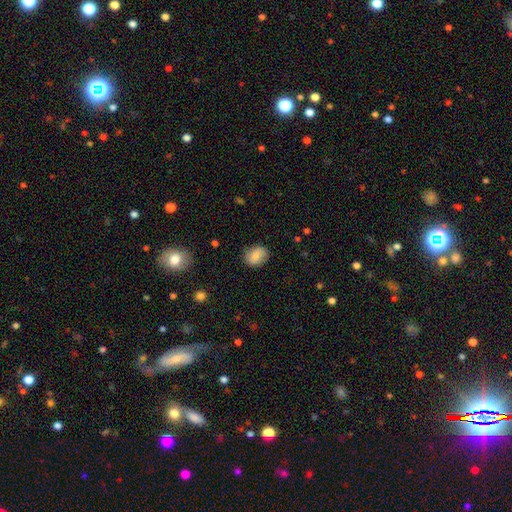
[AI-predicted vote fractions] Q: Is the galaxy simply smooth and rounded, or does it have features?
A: smooth — 76%.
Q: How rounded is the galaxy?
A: in between — 53%.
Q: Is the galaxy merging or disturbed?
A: none — 81%.